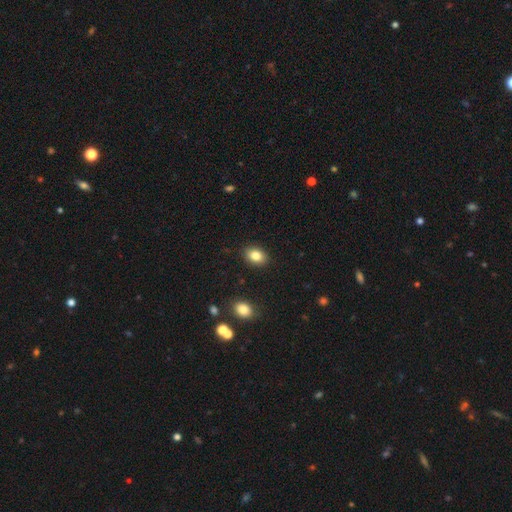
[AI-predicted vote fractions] Morphology: type=smooth (83%); roundness=in between (76%); merging=none (88%).